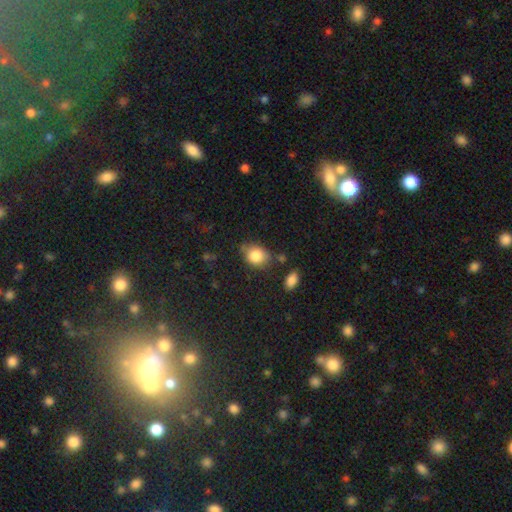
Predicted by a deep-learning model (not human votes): Smooth or featured? smooth (84%)
How rounded? round (56%)
Merging? none (68%)